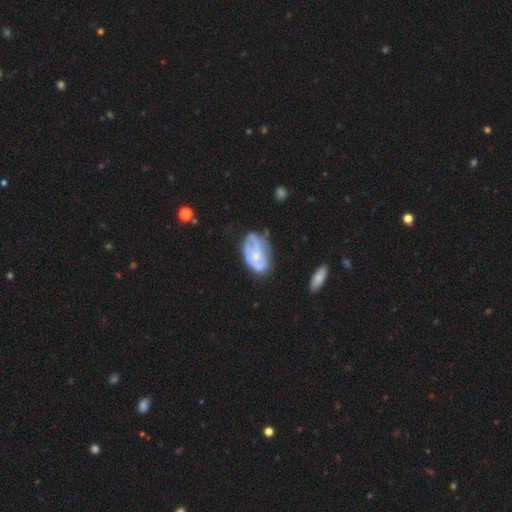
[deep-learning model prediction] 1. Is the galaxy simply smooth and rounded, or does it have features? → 61% featured or disk, 33% smooth, 6% star or artifact.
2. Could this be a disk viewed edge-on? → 96% no, 4% yes.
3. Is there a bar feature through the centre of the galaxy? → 78% no, 18% weak, 4% strong.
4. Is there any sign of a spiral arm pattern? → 52% yes, 48% no.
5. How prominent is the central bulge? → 54% small, 35% moderate, 8% none, 2% large, 1% dominant.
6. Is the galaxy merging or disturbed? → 51% none, 30% minor disturbance, 15% major disturbance, 4% merger.